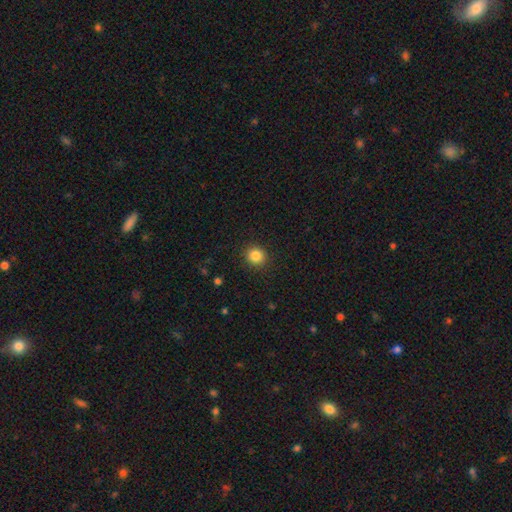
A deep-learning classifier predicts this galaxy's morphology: smooth 85%, star or artifact 11%, featured or disk 5%. Down the decision tree: how rounded — round (92%); merging — none (91%).